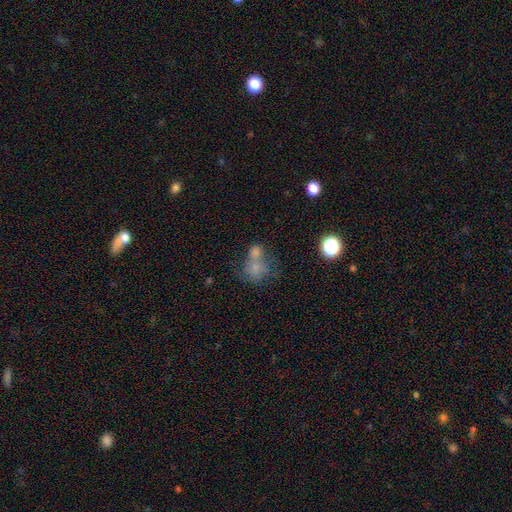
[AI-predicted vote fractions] Smooth or featured?
  - smooth: 62% *
  - featured or disk: 22%
  - star or artifact: 16%
How rounded?
  - round: 56% *
  - in between: 43%
  - cigar-shaped: 1%
Merging?
  - merger: 53% *
  - none: 25%
  - major disturbance: 11%
  - minor disturbance: 11%